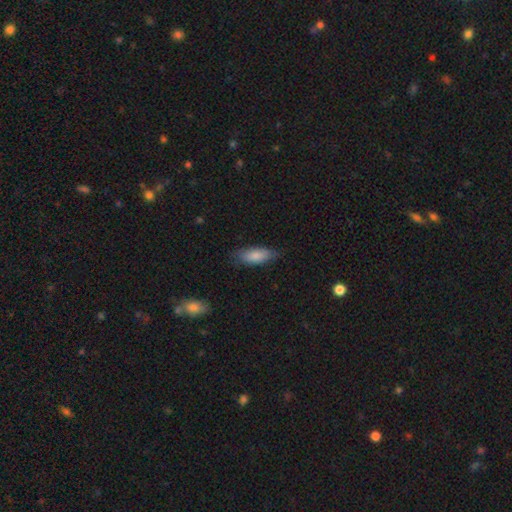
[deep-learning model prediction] smooth-or-featured: smooth: 82% | featured or disk: 12% | star or artifact: 6%
  how-rounded: in between: 75% | cigar-shaped: 23% | round: 2%
  merging: none: 75% | minor disturbance: 20% | major disturbance: 4% | merger: 1%